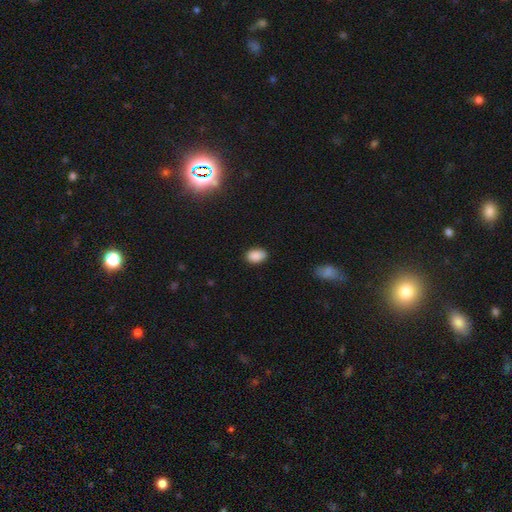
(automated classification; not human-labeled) Overall: smooth (89%). How rounded: in between (84%). Merging: none (85%).